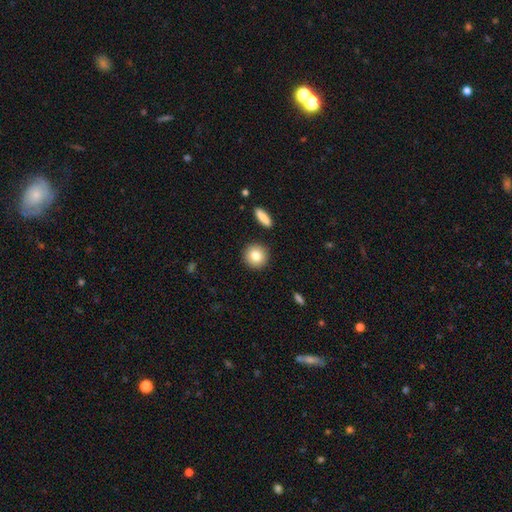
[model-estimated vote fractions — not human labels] Smooth or featured? Predicted: smooth (p=0.82). How rounded? Predicted: round (p=0.92). Merging? Predicted: none (p=0.90).